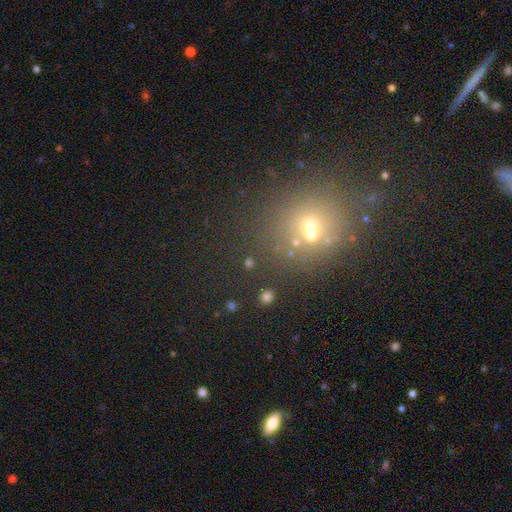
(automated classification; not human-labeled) This is possibly a smooth galaxy (48%). Merging: likely none (76%).